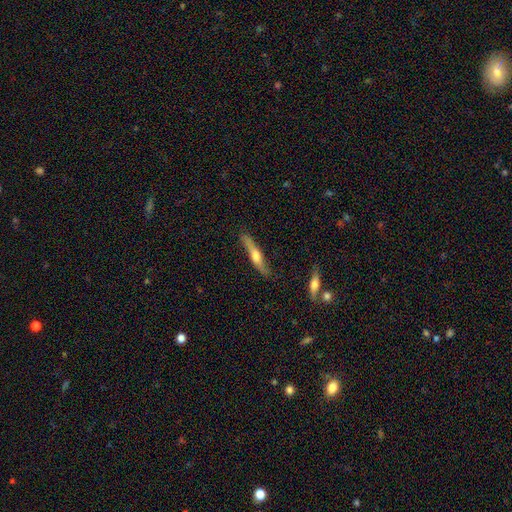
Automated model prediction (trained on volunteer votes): Smooth or featured? Predicted: featured or disk (p=0.60). Edge-on disk? Predicted: yes (p=0.89). Edge-on bulge? Predicted: rounded (p=0.88). Merging? Predicted: none (p=0.80).